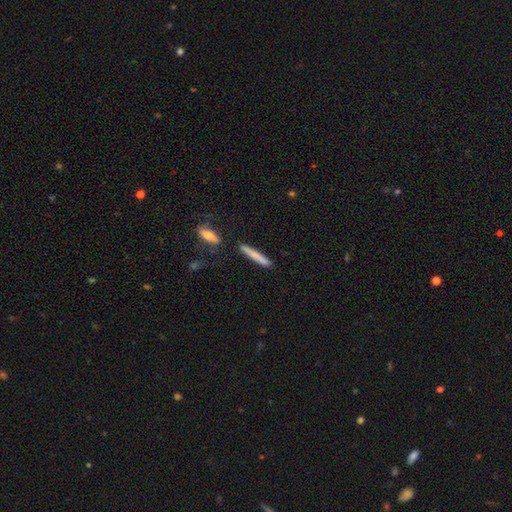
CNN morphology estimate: A smooth galaxy with no disk features (73%) that is cigar-shaped (95%).

Vote fractions:
- Smooth or featured? smooth: 73% / featured or disk: 21% / star or artifact: 6%
- How rounded? cigar-shaped: 95% / in between: 4% / round: 2%
- Merging? none: 86% / minor disturbance: 8% / merger: 3% / major disturbance: 2%